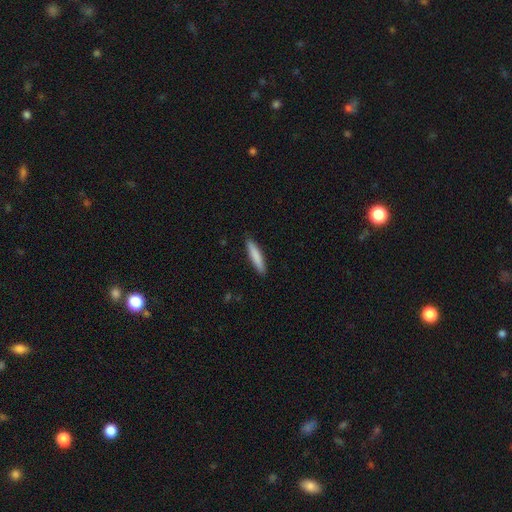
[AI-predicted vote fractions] A smooth galaxy with no disk features (83%) that is cigar-shaped (89%).

Vote fractions:
- Smooth or featured? smooth: 83% / featured or disk: 12% / star or artifact: 5%
- How rounded? cigar-shaped: 89% / in between: 9% / round: 1%
- Merging? none: 91% / minor disturbance: 7% / major disturbance: 1% / merger: 1%